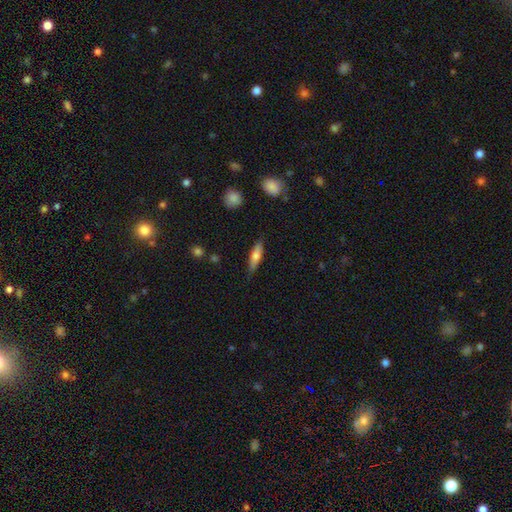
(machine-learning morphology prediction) Overall: smooth (61%; featured or disk 33%). How rounded: cigar-shaped (68%; in between 30%). Merging: none (85%).